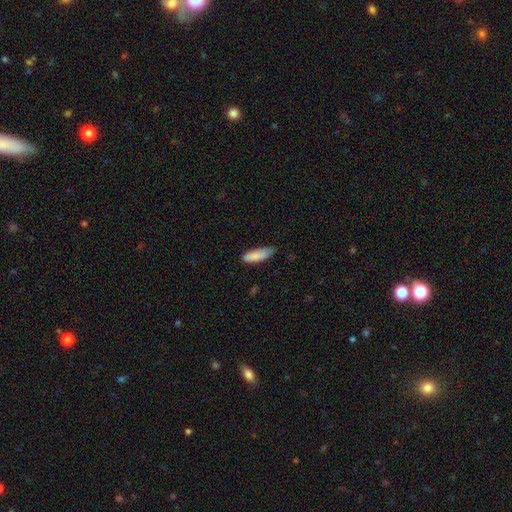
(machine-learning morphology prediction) Smooth or featured?
  - smooth: 87% *
  - featured or disk: 7%
  - star or artifact: 6%
How rounded?
  - in between: 55% *
  - cigar-shaped: 44%
  - round: 2%
Merging?
  - none: 65% *
  - minor disturbance: 30%
  - major disturbance: 4%
  - merger: 1%